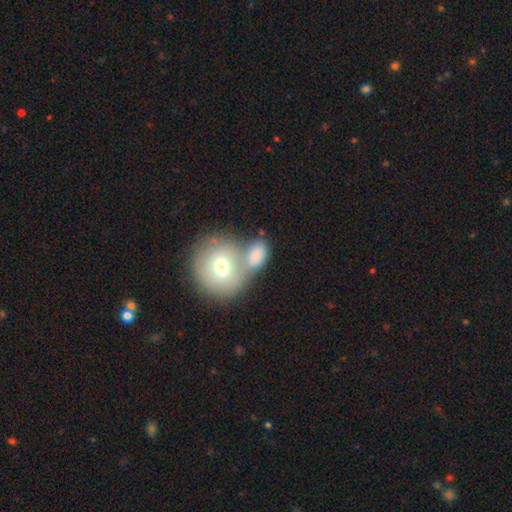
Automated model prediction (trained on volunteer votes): The model was most divided on "merging": merger: 50%, none: 32%, minor disturbance: 12%, major disturbance: 6%. More confident: smooth or featured — smooth (76%); how rounded — in between (61%).